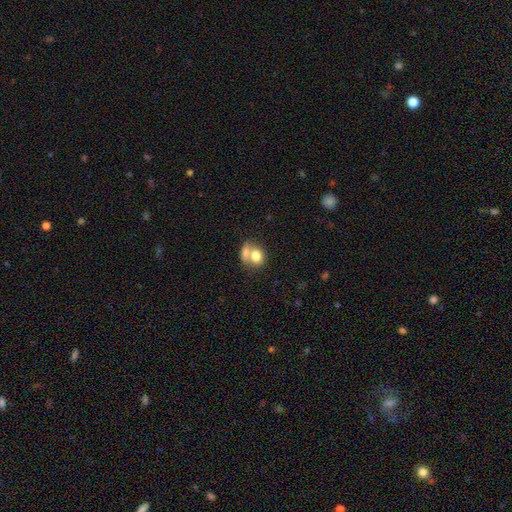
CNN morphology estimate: Smooth or featured?
  - smooth: 75% *
  - featured or disk: 17%
  - star or artifact: 8%
How rounded?
  - in between: 57% *
  - round: 41%
  - cigar-shaped: 2%
Merging?
  - merger: 59% *
  - none: 27%
  - minor disturbance: 8%
  - major disturbance: 5%